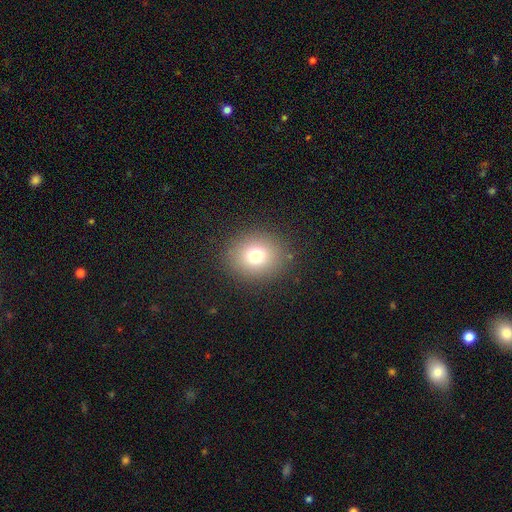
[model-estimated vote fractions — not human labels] Overall: smooth (75%). How rounded: round (74%). Merging: none (88%).